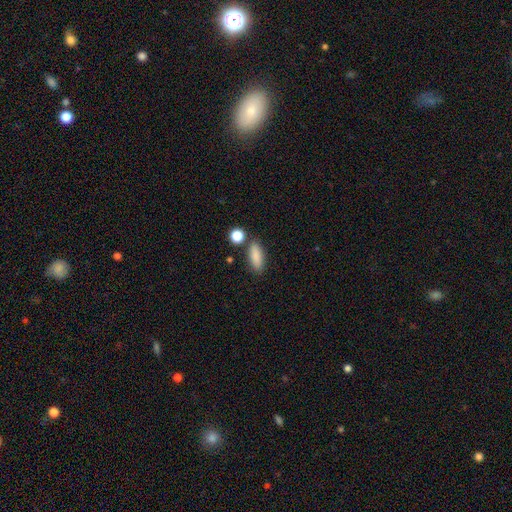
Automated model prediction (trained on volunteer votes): This is clearly a smooth galaxy (87%). How rounded: likely in between (69%). Merging: likely none (79%).